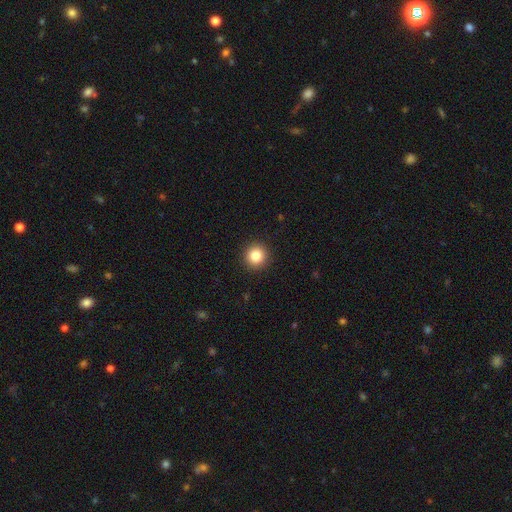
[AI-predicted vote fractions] Morphology: type=smooth (85%); roundness=round (94%); merging=none (92%).